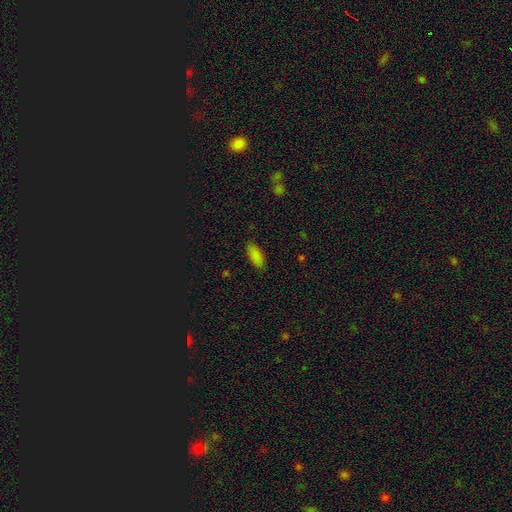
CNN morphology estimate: A smooth galaxy with no disk features (87%) that is in between round and cigar-shaped (83%). Merging: none (86%).